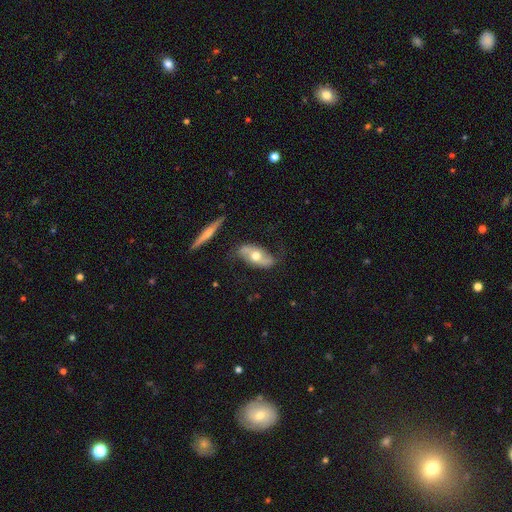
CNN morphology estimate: The model was most divided on "bar": no: 56%, weak: 24%, strong: 20%. More confident: edge-on disk — no (82%); bulge size — moderate (76%); spiral arms — yes (75%); merging — none (68%); smooth or featured — featured or disk (64%).